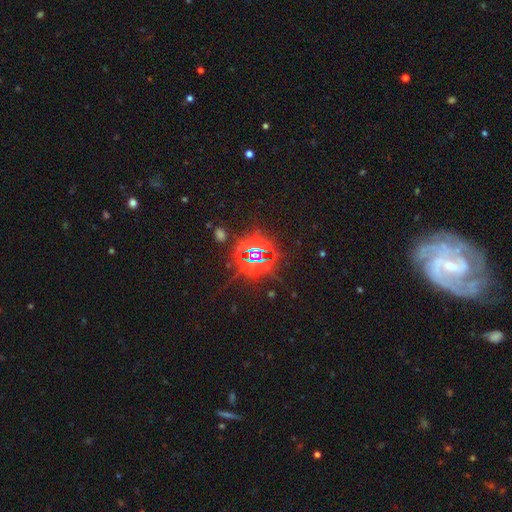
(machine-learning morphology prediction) smooth-or-featured: star or artifact: 83% | smooth: 9% | featured or disk: 8%